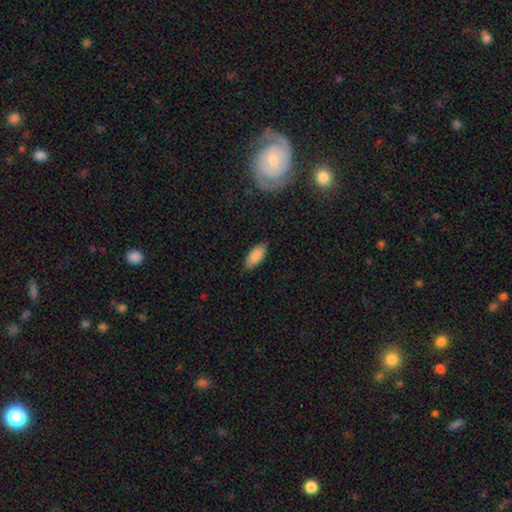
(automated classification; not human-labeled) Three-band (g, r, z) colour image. It shows a smooth galaxy with no disk features (88%) that is in between round and cigar-shaped (84%). Merging: none (84%).